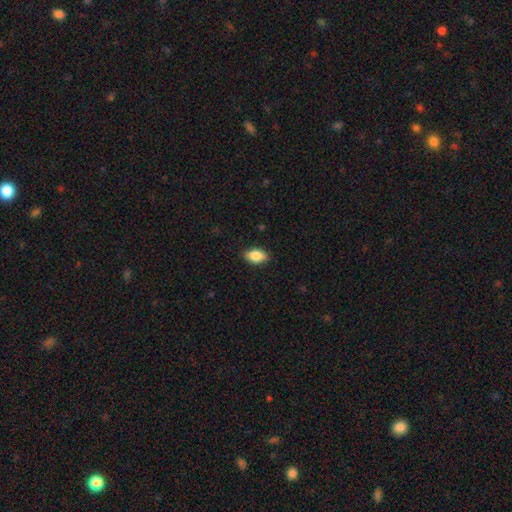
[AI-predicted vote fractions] A smooth galaxy with no disk features (86%) that is in between round and cigar-shaped (91%). Merging: none (88%).